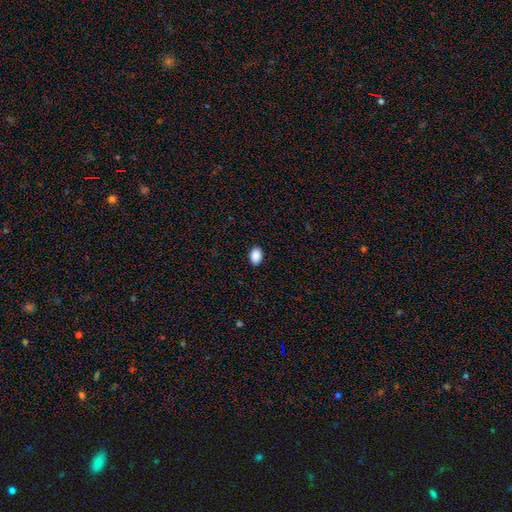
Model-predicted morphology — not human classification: smooth 90%, star or artifact 8%, featured or disk 3%. Down the decision tree: how rounded — in between (84%); merging — none (90%).